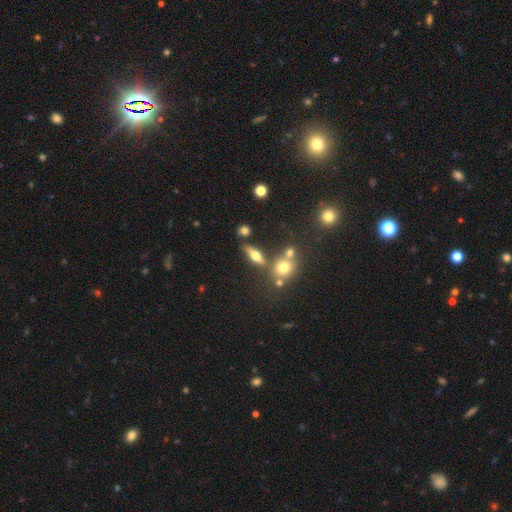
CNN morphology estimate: smooth-or-featured: featured or disk: 48% | smooth: 41% | star or artifact: 12%
  merging: none: 72% | minor disturbance: 12% | merger: 12% | major disturbance: 5%